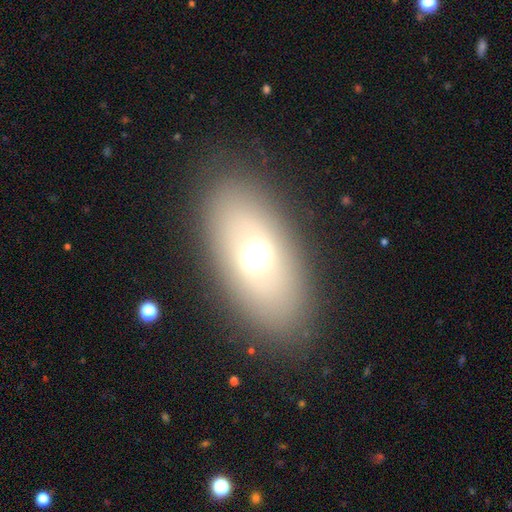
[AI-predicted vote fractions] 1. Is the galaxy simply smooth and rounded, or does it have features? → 52% smooth, 34% featured or disk, 14% star or artifact.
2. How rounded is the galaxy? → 84% in between, 11% round, 5% cigar-shaped.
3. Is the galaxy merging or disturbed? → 84% none, 9% minor disturbance, 5% major disturbance, 2% merger.